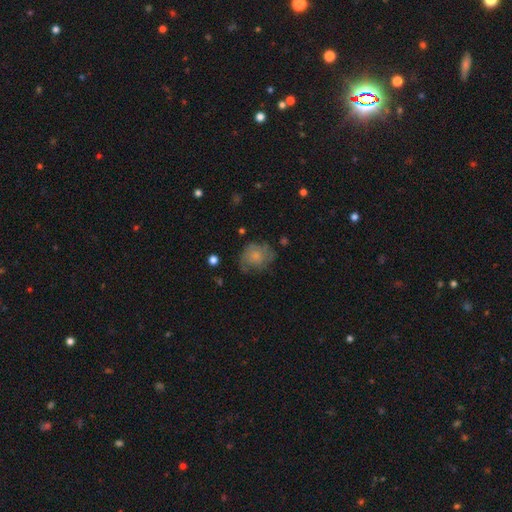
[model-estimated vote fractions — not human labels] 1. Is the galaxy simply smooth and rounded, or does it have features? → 63% smooth, 27% featured or disk, 9% star or artifact.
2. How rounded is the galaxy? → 62% round, 37% in between, 1% cigar-shaped.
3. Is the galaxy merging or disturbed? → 55% none, 27% minor disturbance, 16% major disturbance, 2% merger.